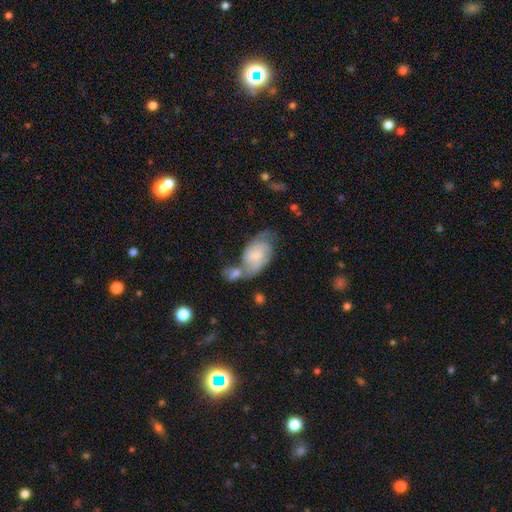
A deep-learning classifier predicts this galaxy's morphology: Smooth or featured? Predicted: featured or disk (p=0.64). Edge-on disk? Predicted: no (p=0.96). Bar? Predicted: no (p=0.56). Spiral arms? Predicted: yes (p=0.90). Spiral winding? Predicted: medium (p=0.44). Spiral arm count? Predicted: 2 (p=0.72). Bulge size? Predicted: small (p=0.54). Merging? Predicted: merger (p=0.41).